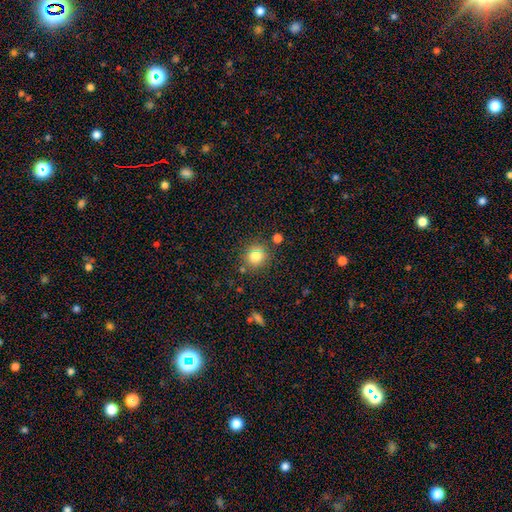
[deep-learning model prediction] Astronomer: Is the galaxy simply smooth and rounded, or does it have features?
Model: smooth — 79%.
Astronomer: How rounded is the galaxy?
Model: round — 86%.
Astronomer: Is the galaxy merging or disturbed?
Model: none — 80%.